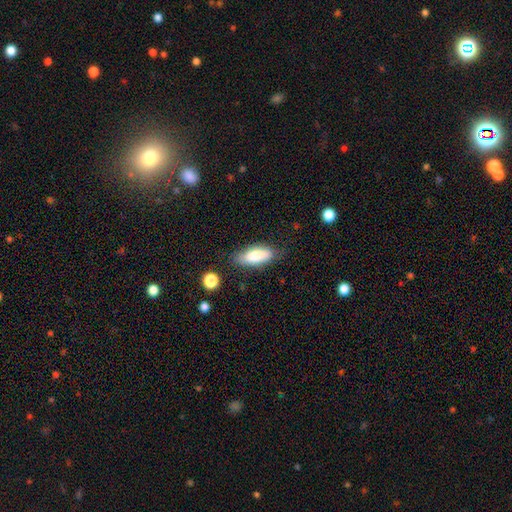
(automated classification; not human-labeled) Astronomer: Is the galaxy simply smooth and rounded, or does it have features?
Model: smooth — 82%.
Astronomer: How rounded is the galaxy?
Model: in between — 76%.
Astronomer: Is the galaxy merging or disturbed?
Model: none — 77%.